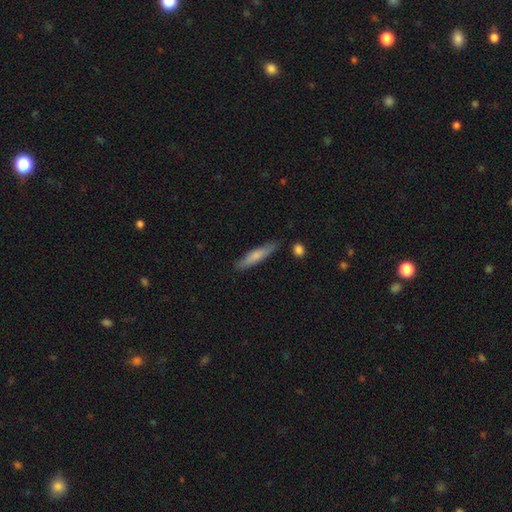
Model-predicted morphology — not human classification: A smooth galaxy with no disk features (69%) that is cigar-shaped (87%).

Vote fractions:
- Smooth or featured? smooth: 69% / featured or disk: 26% / star or artifact: 6%
- How rounded? cigar-shaped: 87% / in between: 11% / round: 1%
- Merging? none: 84% / minor disturbance: 11% / merger: 3% / major disturbance: 2%